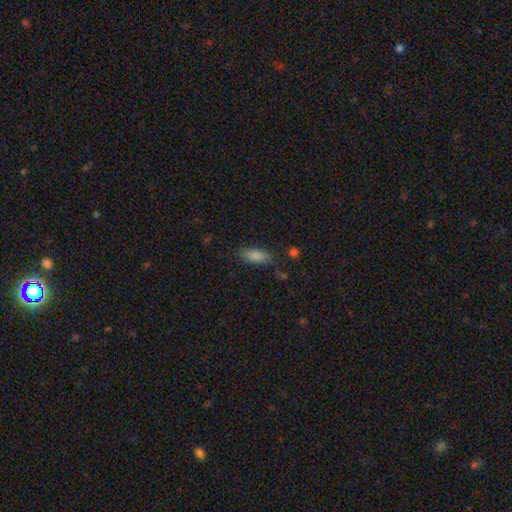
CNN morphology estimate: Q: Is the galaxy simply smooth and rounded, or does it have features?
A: smooth — 86%.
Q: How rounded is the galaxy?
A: in between — 79%.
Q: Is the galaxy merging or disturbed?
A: none — 78%.